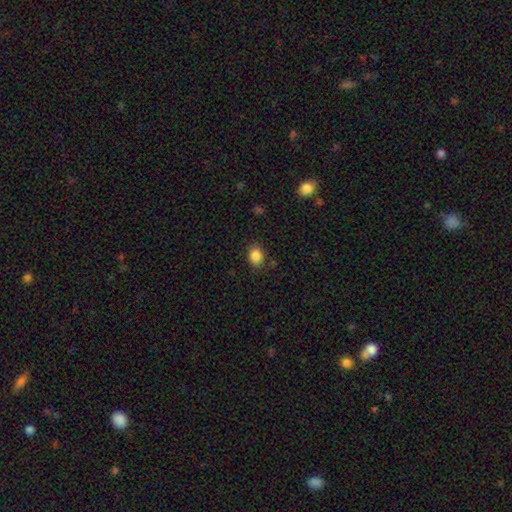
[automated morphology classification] A smooth galaxy with no disk features (86%) that is in between round and cigar-shaped (52%). Merging: none (83%).